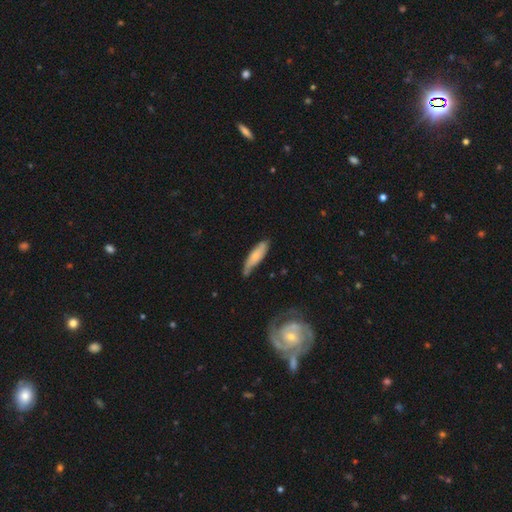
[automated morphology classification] smooth-or-featured: smooth: 61% | featured or disk: 33% | star or artifact: 6%
  how-rounded: cigar-shaped: 60% | in between: 38% | round: 2%
  merging: none: 54% | minor disturbance: 33% | major disturbance: 9% | merger: 4%